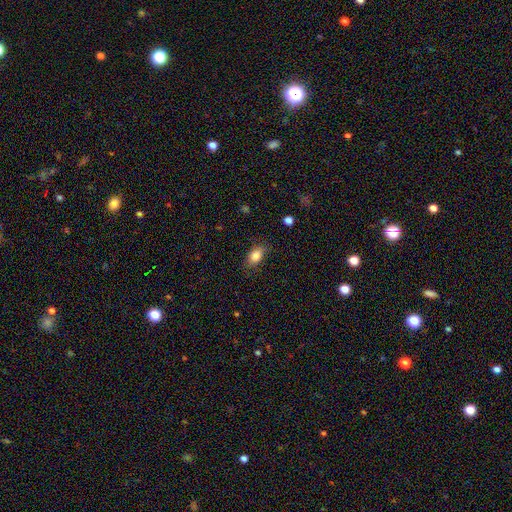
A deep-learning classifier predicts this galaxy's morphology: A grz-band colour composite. It shows a smooth galaxy with no disk features (84%) that is in between round and cigar-shaped (85%). Merging: none (77%).